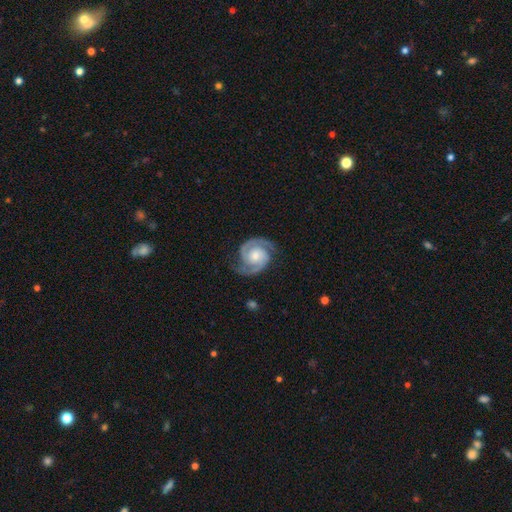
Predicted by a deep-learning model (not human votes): Smooth or featured: featured or disk — 93% (star or artifact — 4%)
Edge-on disk: no — 98% (yes — 2%)
Bar: no — 68% (weak — 25%)
Spiral arms: yes — 99% (no — 1%)
Spiral winding: tight — 48% (medium — 45%)
Spiral arm count: 2 — 94% (3 — 2%)
Bulge size: moderate — 55% (small — 31%)
Merging: none — 81% (minor disturbance — 13%)